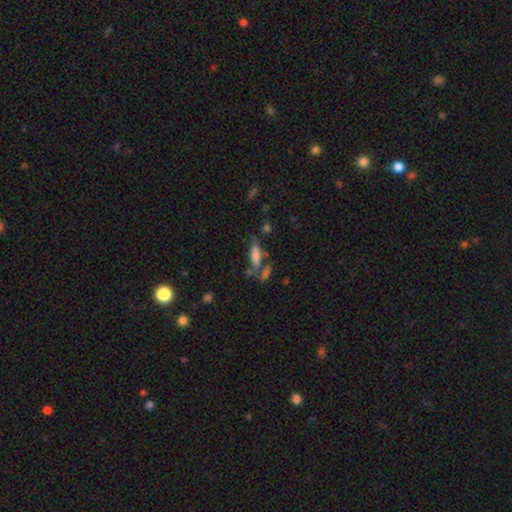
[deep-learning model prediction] Q: Smooth or featured?
A: smooth (67%); runner-up: featured or disk (20%)
Q: How rounded?
A: in between (50%); runner-up: cigar-shaped (47%)
Q: Merging?
A: none (50%); runner-up: merger (25%)